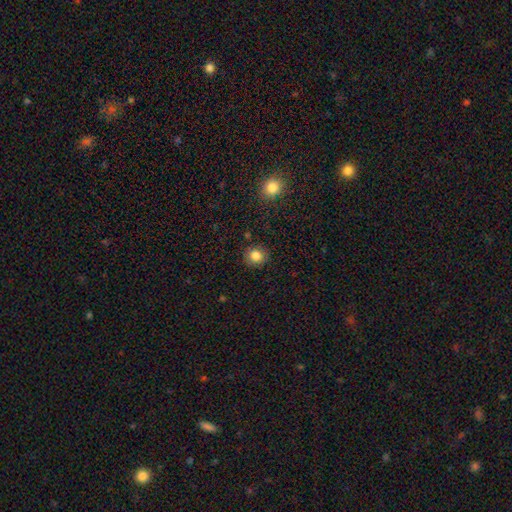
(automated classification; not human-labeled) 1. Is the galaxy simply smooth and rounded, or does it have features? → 84% smooth, 11% star or artifact, 6% featured or disk.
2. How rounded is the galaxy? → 82% round, 17% in between, 1% cigar-shaped.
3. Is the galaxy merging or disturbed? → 87% none, 9% minor disturbance, 3% major disturbance, 2% merger.